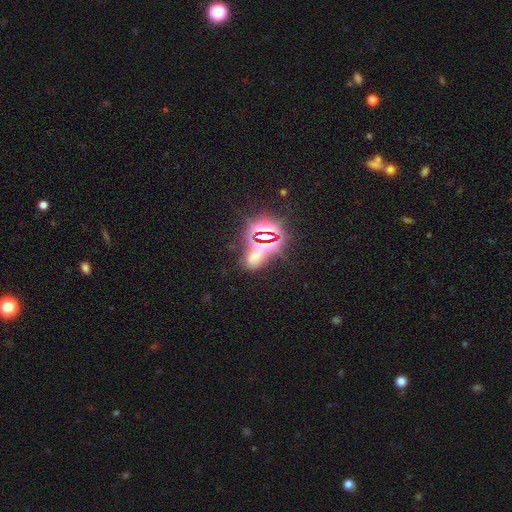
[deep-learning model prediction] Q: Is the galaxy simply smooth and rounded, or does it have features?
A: star or artifact — 62%.